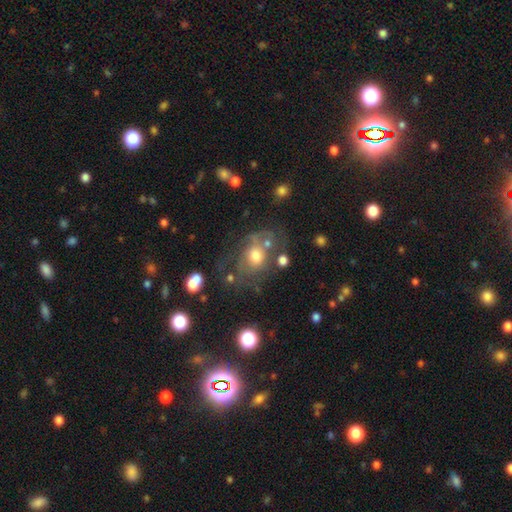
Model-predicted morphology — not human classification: type=featured or disk (45%); merging=none (47%).